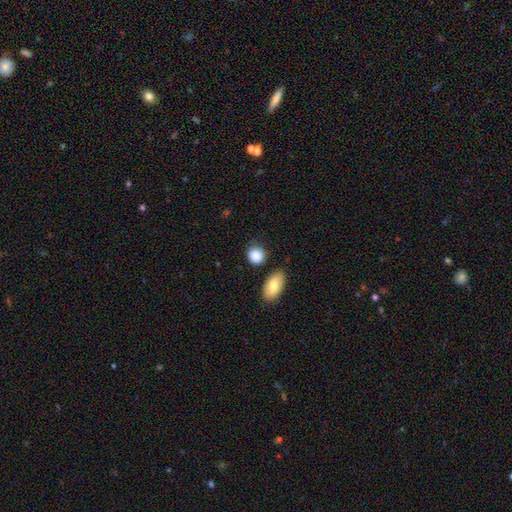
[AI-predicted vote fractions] Q: Smooth or featured?
A: smooth (87%); runner-up: star or artifact (8%)
Q: How rounded?
A: round (71%); runner-up: in between (27%)
Q: Merging?
A: none (75%); runner-up: minor disturbance (16%)